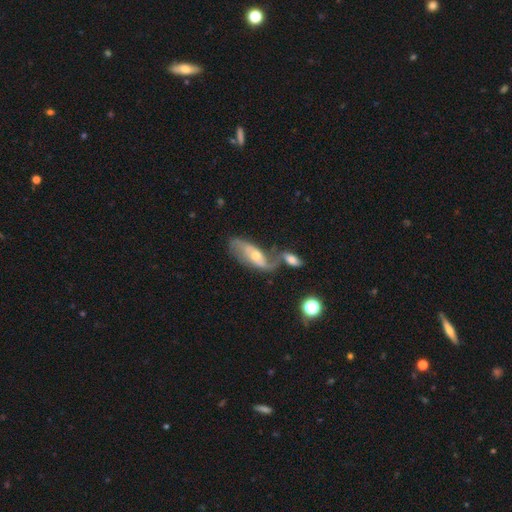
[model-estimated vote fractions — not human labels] The model was most divided on "merging": merger: 39%, none: 32%, minor disturbance: 17%, major disturbance: 13%. Remaining: edge-on disk — no (88%); spiral arms — yes (83%); spiral arm count — 2 (76%); smooth or featured — featured or disk (71%); bar — no (55%); bulge size — moderate (54%); spiral winding — loose (50%).